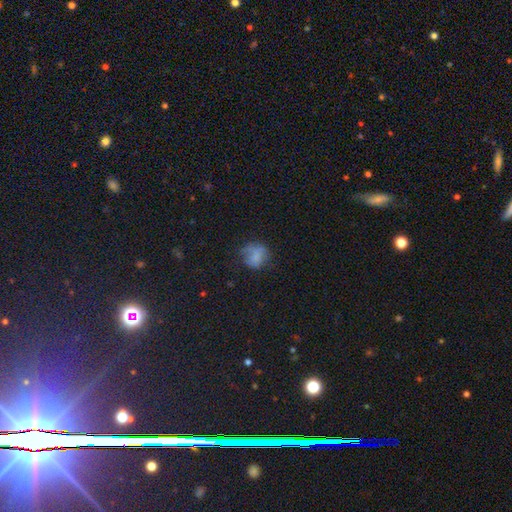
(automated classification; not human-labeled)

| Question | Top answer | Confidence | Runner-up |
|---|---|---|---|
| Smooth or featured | smooth | 65% | featured or disk (21%) |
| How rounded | round | 70% | in between (29%) |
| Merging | none | 49% | minor disturbance (28%) |